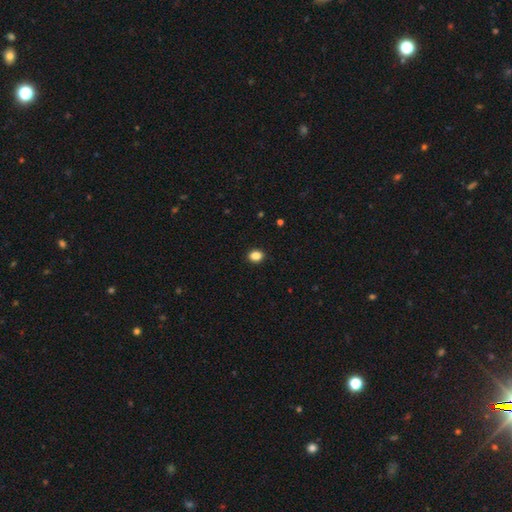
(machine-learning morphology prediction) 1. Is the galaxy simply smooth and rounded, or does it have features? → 87% smooth, 10% star or artifact, 3% featured or disk.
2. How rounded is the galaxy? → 52% round, 47% in between, 1% cigar-shaped.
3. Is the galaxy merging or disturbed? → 92% none, 6% minor disturbance, 2% major disturbance, 1% merger.